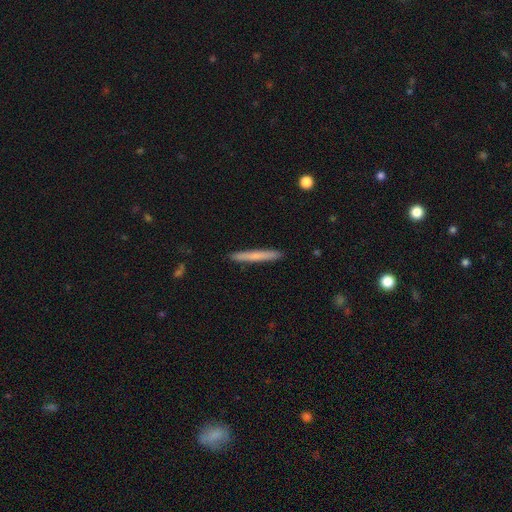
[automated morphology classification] This is likely a smooth galaxy (69%). How rounded: clearly cigar-shaped (97%). Merging: clearly none (92%).